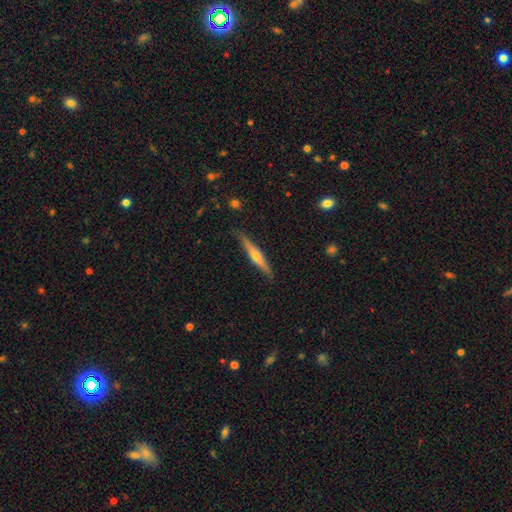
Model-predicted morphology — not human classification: Smooth or featured?
  - featured or disk: 62% *
  - smooth: 32%
  - star or artifact: 6%
Edge-on disk?
  - yes: 97% *
  - no: 3%
Edge-on bulge?
  - rounded: 82% *
  - none: 11%
  - boxy: 7%
Merging?
  - none: 87% *
  - minor disturbance: 10%
  - major disturbance: 2%
  - merger: 1%